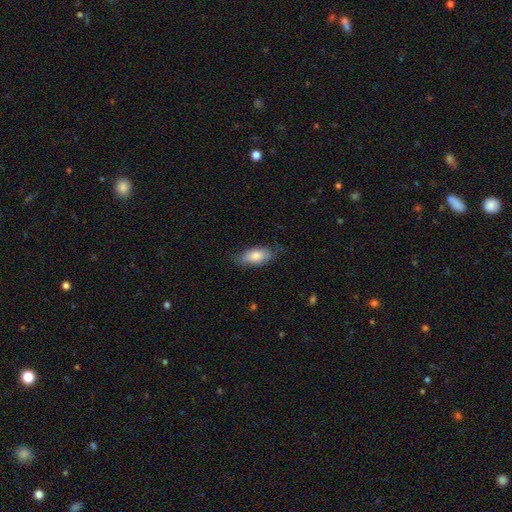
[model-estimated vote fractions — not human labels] smooth 78%, featured or disk 15%, star or artifact 6%. Down the decision tree: how rounded — in between (87%); merging — none (72%).